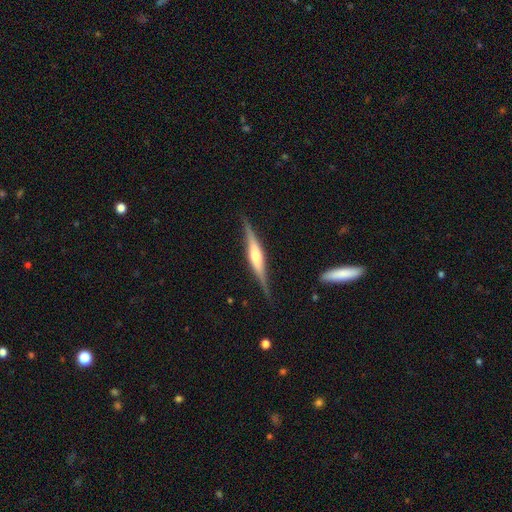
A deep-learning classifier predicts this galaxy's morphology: smooth-or-featured: featured or disk: 73% | smooth: 22% | star or artifact: 5%
  disk-edge-on: yes: 97% | no: 3%
    edge-on-bulge: rounded: 73% | boxy: 18% | none: 10%
  merging: none: 83% | minor disturbance: 13% | major disturbance: 3% | merger: 1%